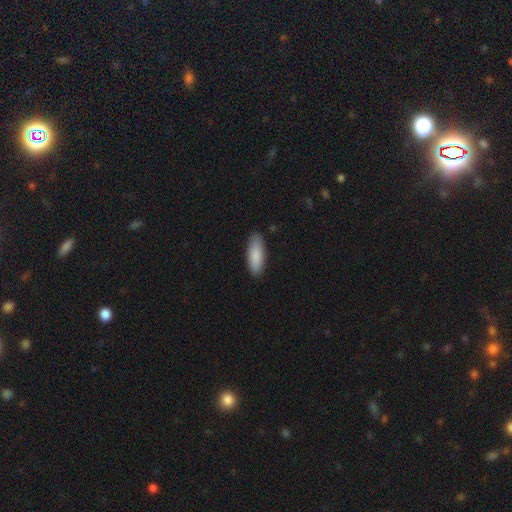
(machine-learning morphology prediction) Smooth or featured? Predicted: smooth (p=0.87). How rounded? Predicted: in between (p=0.67). Merging? Predicted: none (p=0.85).